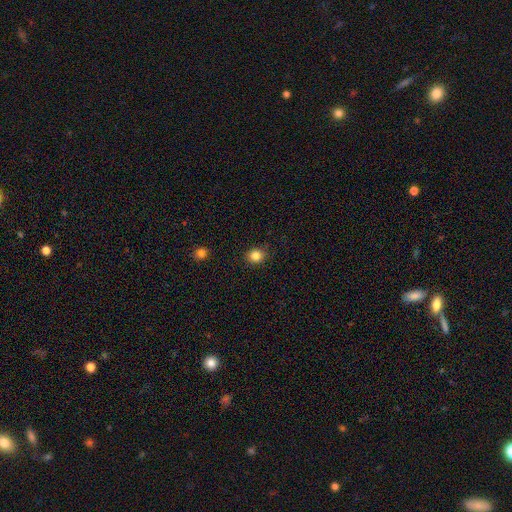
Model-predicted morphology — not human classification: Smooth or featured? smooth (84%)
How rounded? round (78%)
Merging? none (89%)